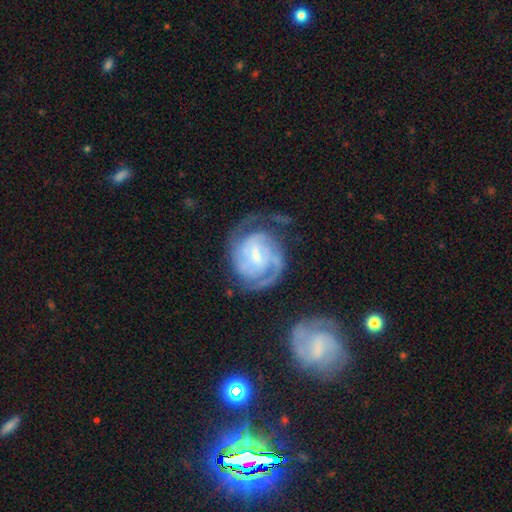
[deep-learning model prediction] Smooth or featured? Predicted: featured or disk (p=0.88). Edge-on disk? Predicted: no (p=0.98). Bar? Predicted: weak (p=0.56). Spiral arms? Predicted: yes (p=0.97). Spiral winding? Predicted: tight (p=0.63). Spiral arm count? Predicted: 2 (p=0.53). Bulge size? Predicted: small (p=0.56). Merging? Predicted: none (p=0.59).